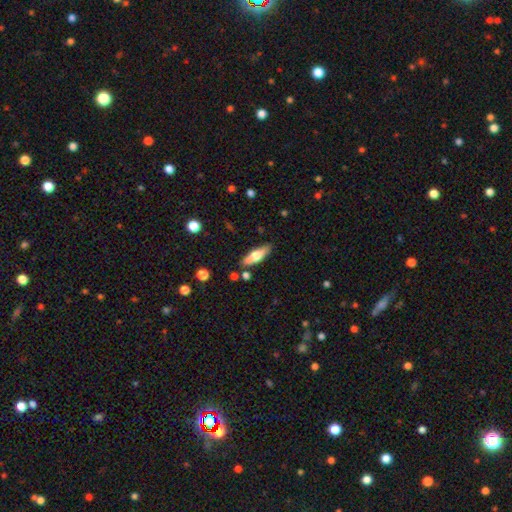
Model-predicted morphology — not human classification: smooth-or-featured: smooth: 53% | featured or disk: 41% | star or artifact: 6%
  how-rounded: in between: 50% | cigar-shaped: 47% | round: 3%
  merging: none: 77% | minor disturbance: 13% | merger: 6% | major disturbance: 3%